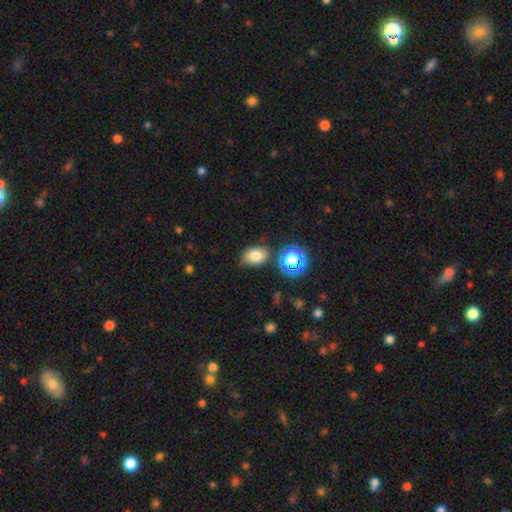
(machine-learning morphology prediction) smooth_or_featured: smooth (p=0.77) [alt: star or artifact p=0.14]
how_rounded: in between (p=0.78) [alt: round p=0.21]
merging: none (p=0.74) [alt: minor disturbance p=0.17]